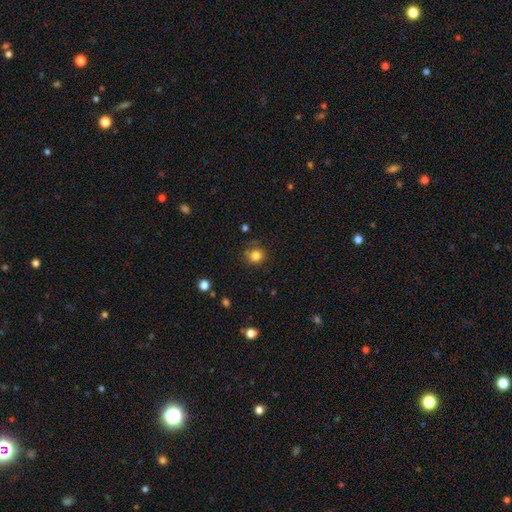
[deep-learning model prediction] A smooth galaxy with no disk features (82%) that is round (90%).

Vote fractions:
- Smooth or featured? smooth: 82% / star or artifact: 12% / featured or disk: 6%
- How rounded? round: 90% / in between: 10% / cigar-shaped: 1%
- Merging? none: 79% / minor disturbance: 15% / major disturbance: 4% / merger: 2%